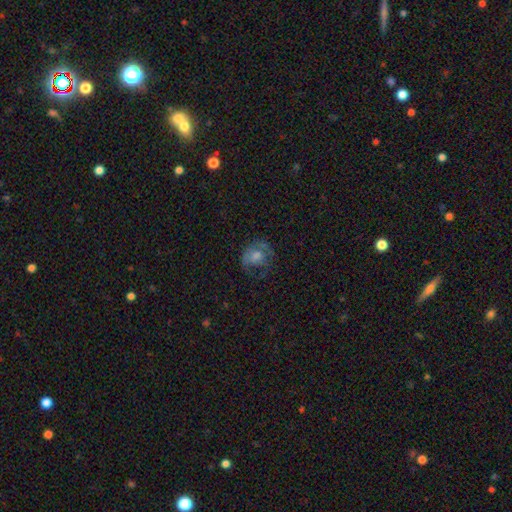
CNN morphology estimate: Smooth or featured: featured or disk — 49% (smooth — 38%)
Merging: none — 60% (minor disturbance — 21%)